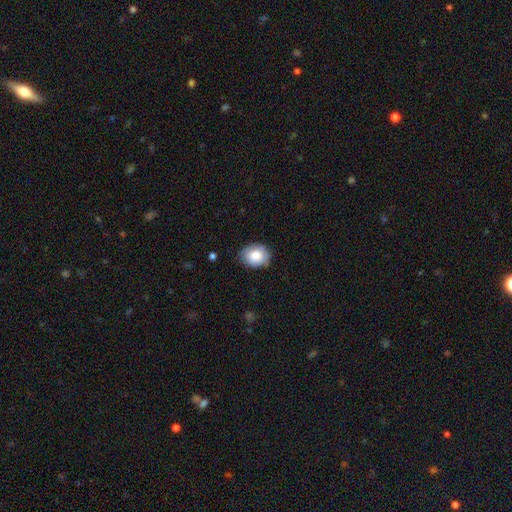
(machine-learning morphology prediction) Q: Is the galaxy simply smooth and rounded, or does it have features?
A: smooth — 82%.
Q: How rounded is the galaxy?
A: in between — 54%.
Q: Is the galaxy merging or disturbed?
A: none — 79%.